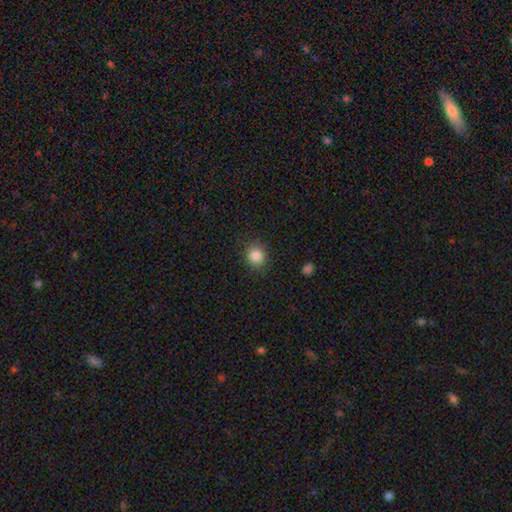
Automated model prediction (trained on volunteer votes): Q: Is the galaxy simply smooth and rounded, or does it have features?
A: smooth — 84%.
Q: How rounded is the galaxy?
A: round — 87%.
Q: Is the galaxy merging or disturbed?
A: none — 89%.